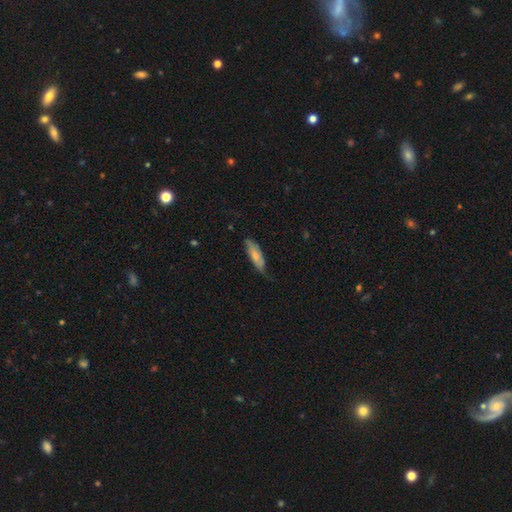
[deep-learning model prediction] This is likely a smooth galaxy (60%). How rounded: possibly in between (55%). Merging: possibly none (57%).